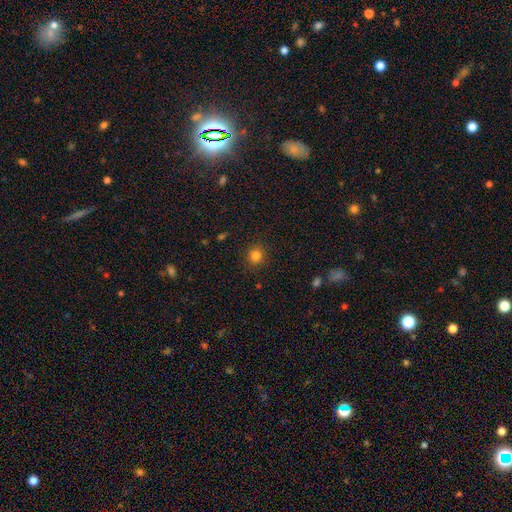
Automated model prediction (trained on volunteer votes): Smooth or featured?
  - smooth: 82% *
  - star or artifact: 13%
  - featured or disk: 5%
How rounded?
  - round: 90% *
  - in between: 9%
  - cigar-shaped: 1%
Merging?
  - none: 90% *
  - minor disturbance: 6%
  - major disturbance: 2%
  - merger: 1%